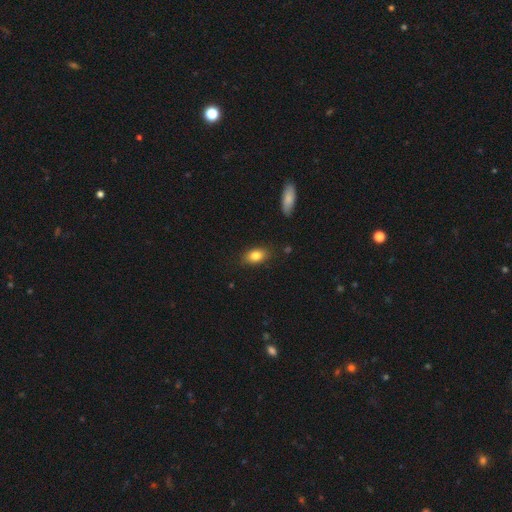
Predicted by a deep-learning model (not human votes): Morphology: type=smooth (83%); roundness=in between (86%); merging=none (84%).